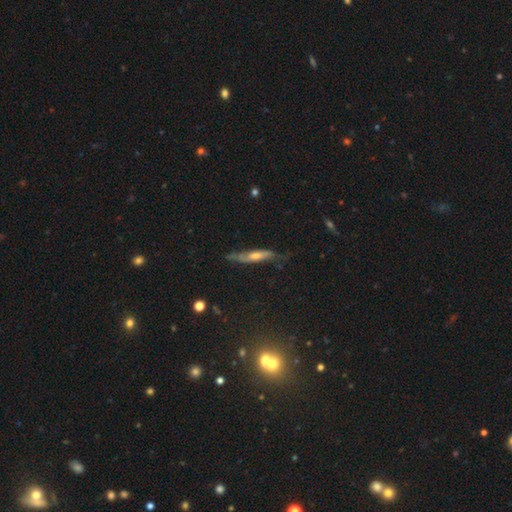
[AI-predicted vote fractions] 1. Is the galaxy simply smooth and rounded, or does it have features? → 57% featured or disk, 33% smooth, 10% star or artifact.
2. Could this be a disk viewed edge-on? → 69% yes, 31% no.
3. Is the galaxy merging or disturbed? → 62% none, 27% minor disturbance, 9% major disturbance, 2% merger.